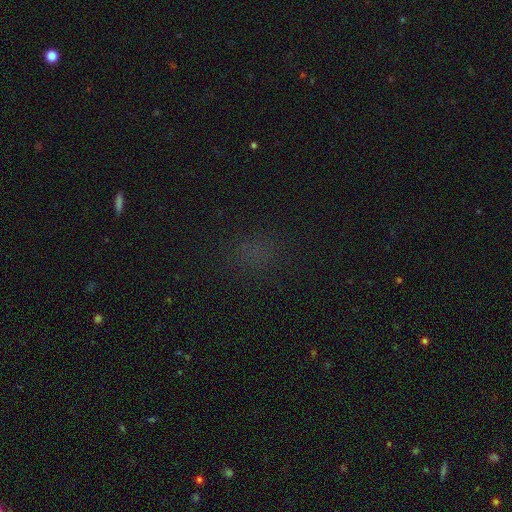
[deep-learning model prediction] Smooth or featured: smooth — 47% (star or artifact — 44%)
Merging: none — 83% (minor disturbance — 11%)